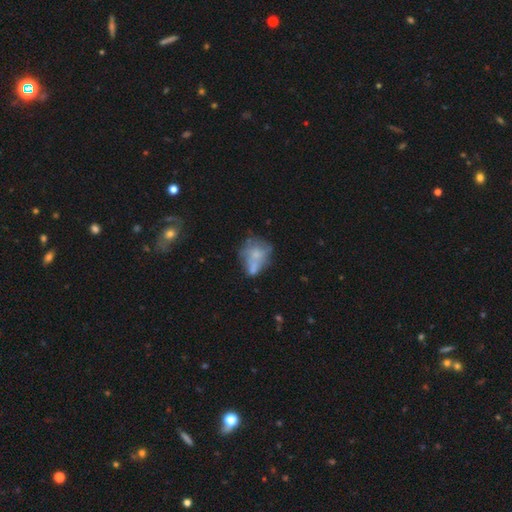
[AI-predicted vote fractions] Smooth or featured? smooth (51%)
How rounded? round (58%)
Merging? none (35%)